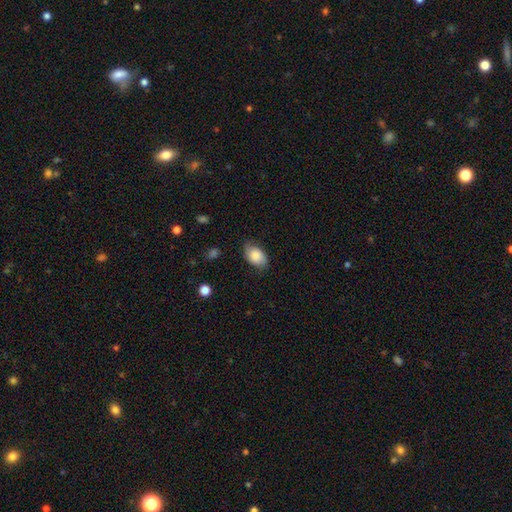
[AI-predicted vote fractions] The model was most divided on "merging": none: 73%, minor disturbance: 21%, major disturbance: 4%, merger: 1%. More confident: how rounded — in between (90%); smooth or featured — smooth (82%).